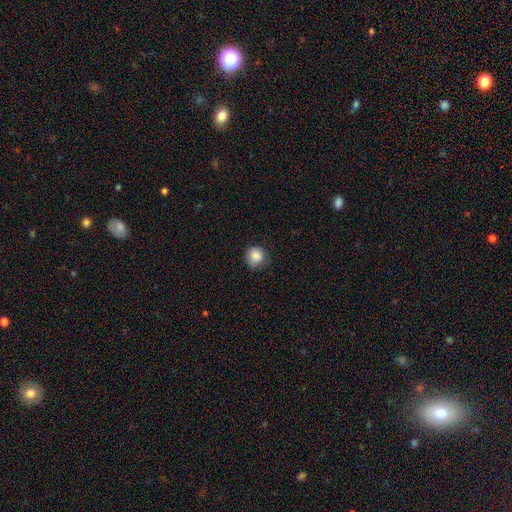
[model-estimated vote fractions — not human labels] This is clearly a smooth galaxy (86%). How rounded: clearly round (92%). Merging: likely none (75%).